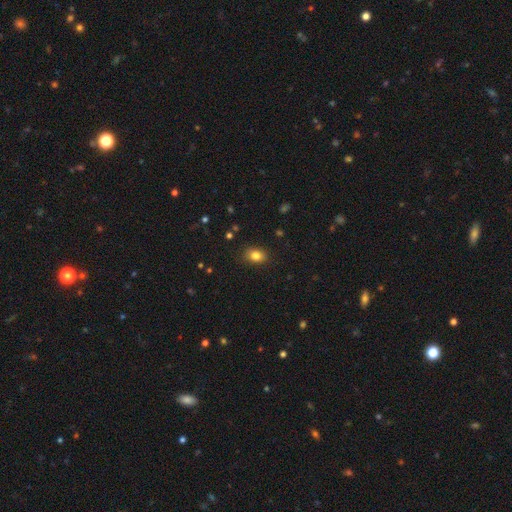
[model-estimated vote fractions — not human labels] smooth-or-featured: smooth: 83% | star or artifact: 10% | featured or disk: 6%
  how-rounded: in between: 72% | round: 27% | cigar-shaped: 1%
  merging: none: 86% | minor disturbance: 10% | major disturbance: 3% | merger: 1%